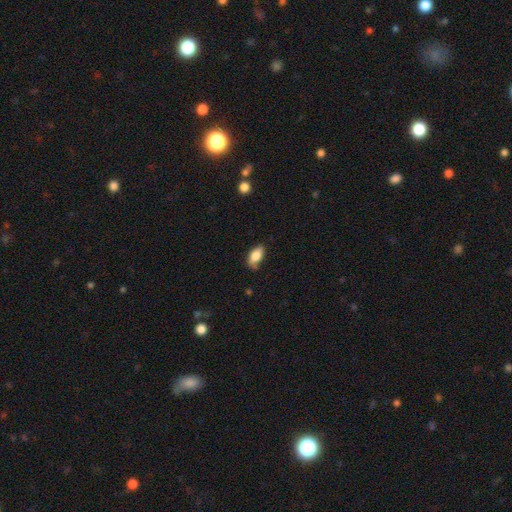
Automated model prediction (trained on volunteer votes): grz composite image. It shows a smooth galaxy with no disk features (83%) that is in between round and cigar-shaped (91%). Merging: none (72%).